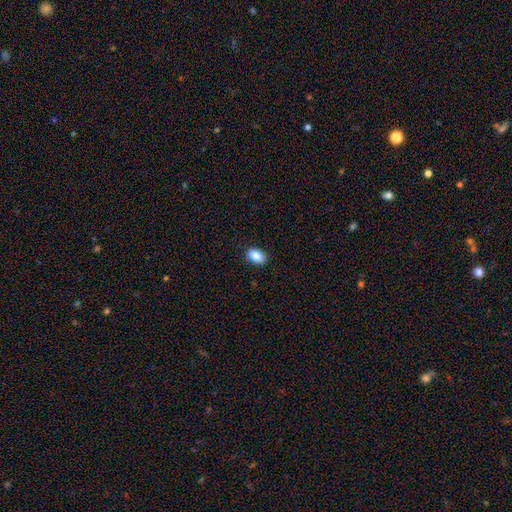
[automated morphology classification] Smooth or featured: smooth — 85% (star or artifact — 8%)
How rounded: in between — 83% (round — 15%)
Merging: none — 88% (minor disturbance — 9%)